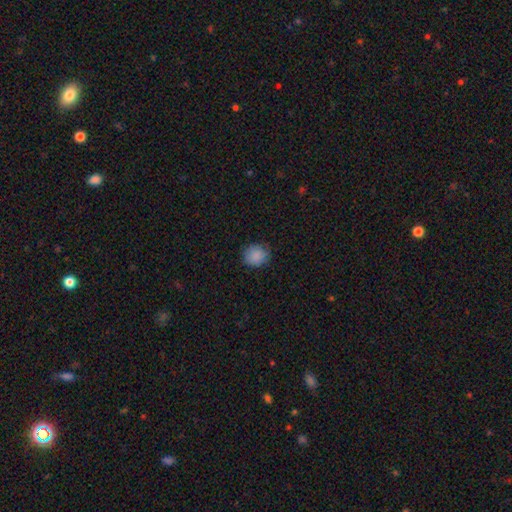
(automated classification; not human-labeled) Smooth or featured?
  - smooth: 87% *
  - star or artifact: 8%
  - featured or disk: 5%
How rounded?
  - round: 76% *
  - in between: 23%
  - cigar-shaped: 1%
Merging?
  - none: 81% *
  - minor disturbance: 15%
  - major disturbance: 3%
  - merger: 1%